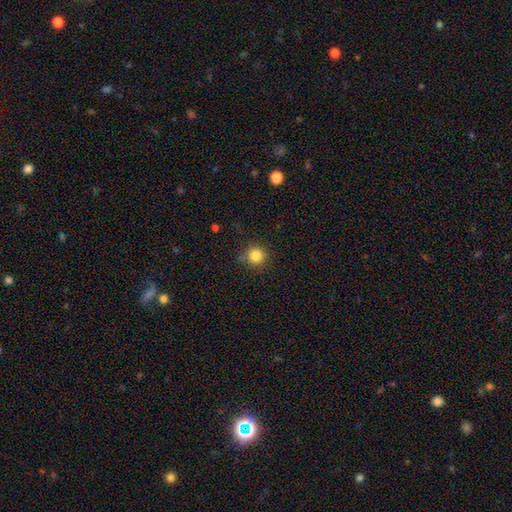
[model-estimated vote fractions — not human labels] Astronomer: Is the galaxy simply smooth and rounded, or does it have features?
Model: smooth — 83%.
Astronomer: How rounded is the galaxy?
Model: round — 94%.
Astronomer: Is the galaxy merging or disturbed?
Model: none — 85%.